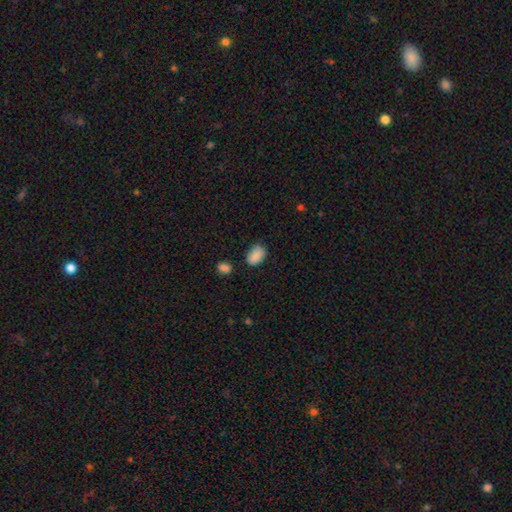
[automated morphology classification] smooth-or-featured: smooth: 89% | star or artifact: 8% | featured or disk: 3%
  how-rounded: in between: 90% | round: 9% | cigar-shaped: 1%
  merging: none: 74% | minor disturbance: 18% | major disturbance: 4% | merger: 4%